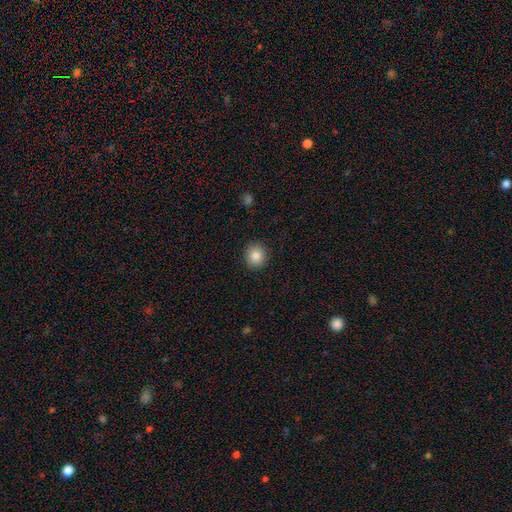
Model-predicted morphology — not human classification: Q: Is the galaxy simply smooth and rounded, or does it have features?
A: smooth — 85%.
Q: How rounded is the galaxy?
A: round — 88%.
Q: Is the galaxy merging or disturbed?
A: none — 91%.